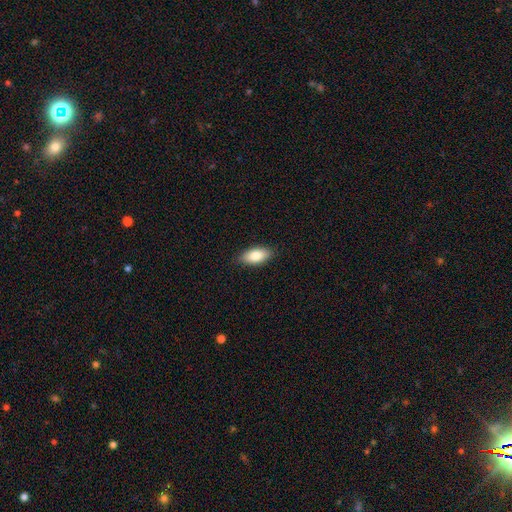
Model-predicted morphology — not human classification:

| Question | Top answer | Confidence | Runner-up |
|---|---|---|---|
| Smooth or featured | smooth | 83% | featured or disk (11%) |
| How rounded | in between | 89% | cigar-shaped (8%) |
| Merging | none | 88% | minor disturbance (9%) |